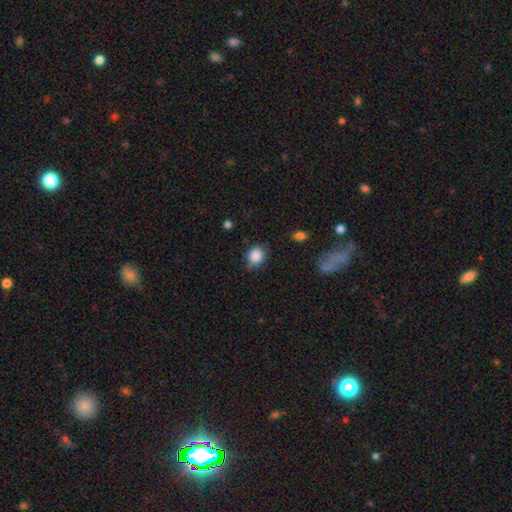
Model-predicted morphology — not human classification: The model was most divided on "how rounded": round: 72%, in between: 27%, cigar-shaped: 1%. More confident: smooth or featured — smooth (87%); merging — none (73%).